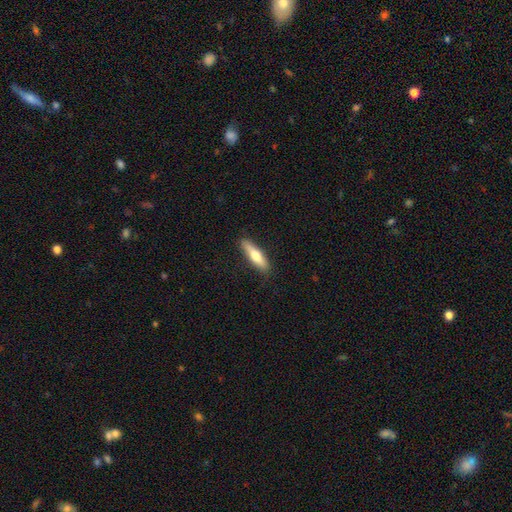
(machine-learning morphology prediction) Smooth or featured? Predicted: smooth (p=0.60). How rounded? Predicted: cigar-shaped (p=0.73). Merging? Predicted: none (p=0.86).